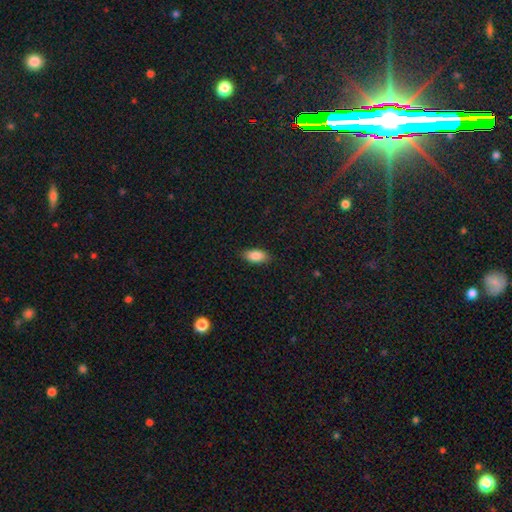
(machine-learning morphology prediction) smooth-or-featured: smooth: 86% | star or artifact: 7% | featured or disk: 7%
  how-rounded: in between: 90% | cigar-shaped: 7% | round: 3%
  merging: none: 86% | minor disturbance: 11% | major disturbance: 2% | merger: 1%